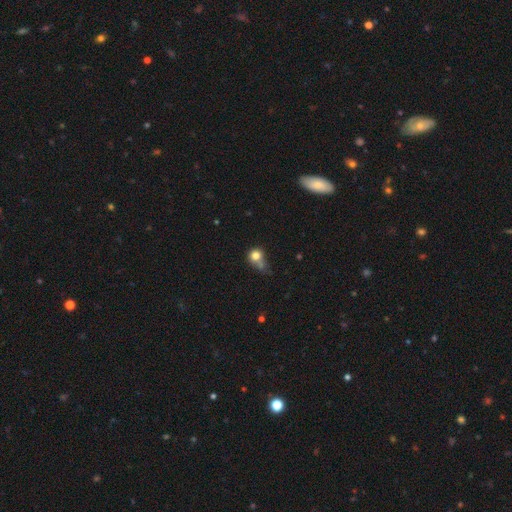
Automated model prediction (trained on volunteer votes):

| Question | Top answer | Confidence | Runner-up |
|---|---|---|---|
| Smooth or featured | smooth | 76% | featured or disk (12%) |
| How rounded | round | 77% | in between (22%) |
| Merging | none | 33% | minor disturbance (26%) |